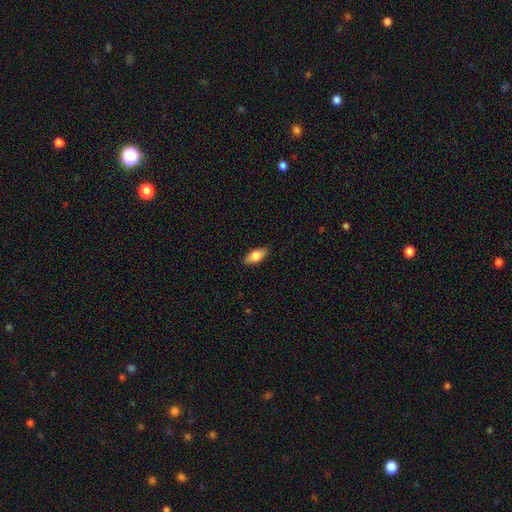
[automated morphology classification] type=smooth (79%); roundness=in between (88%); merging=none (87%).